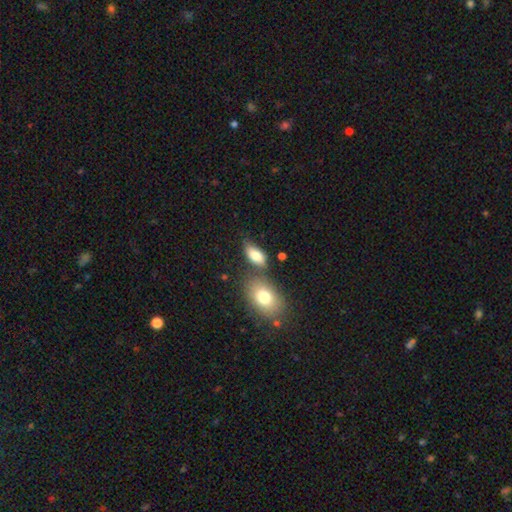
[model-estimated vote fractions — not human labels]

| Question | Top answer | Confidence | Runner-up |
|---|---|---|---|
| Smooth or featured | smooth | 81% | featured or disk (11%) |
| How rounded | in between | 91% | round (5%) |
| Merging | none | 56% | merger (19%) |